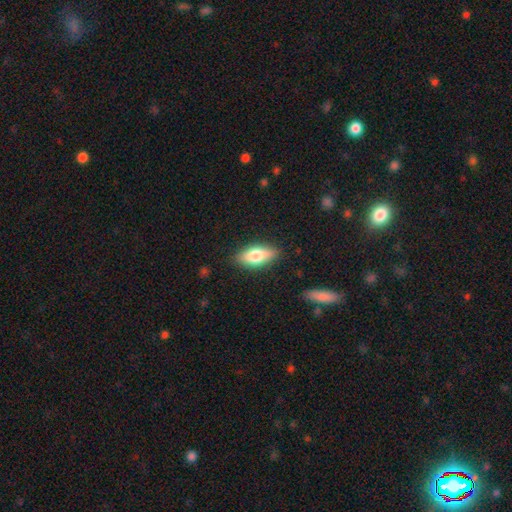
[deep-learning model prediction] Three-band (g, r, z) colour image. It shows a smooth galaxy with no disk features (73%) that is in between round and cigar-shaped (82%). Merging: none (85%).